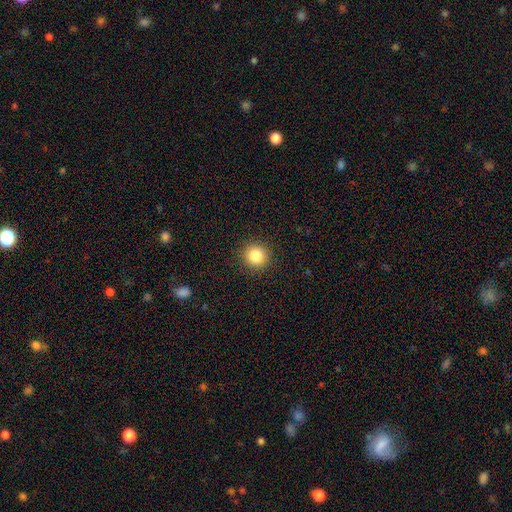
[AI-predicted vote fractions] A smooth galaxy with no disk features (84%) that is round (93%). Merging: none (92%).